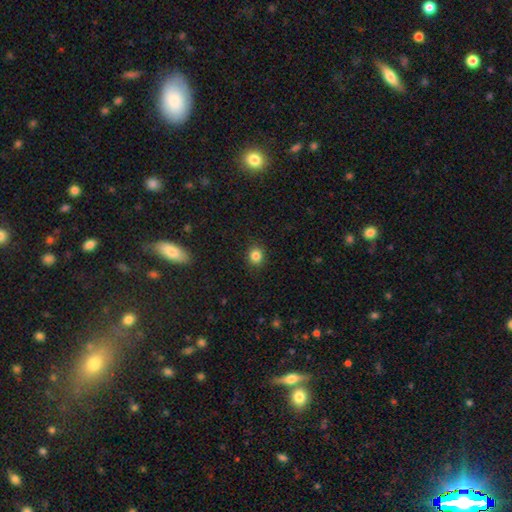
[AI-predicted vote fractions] Smooth or featured? smooth (84%)
How rounded? round (78%)
Merging? none (89%)